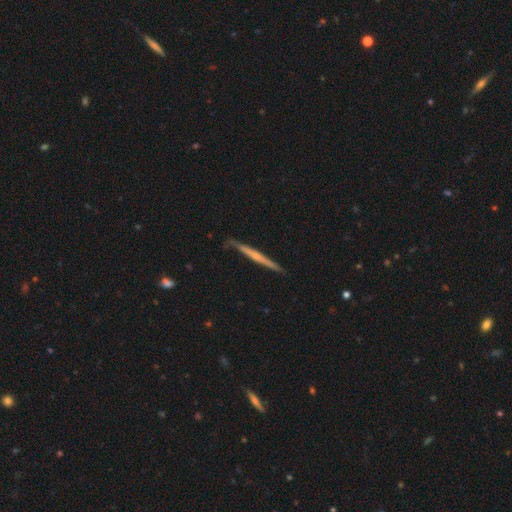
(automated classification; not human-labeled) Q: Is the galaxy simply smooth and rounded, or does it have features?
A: featured or disk — 59%.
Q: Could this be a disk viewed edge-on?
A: yes — 97%.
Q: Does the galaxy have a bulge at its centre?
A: none — 59%.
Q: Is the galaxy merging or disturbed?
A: none — 82%.